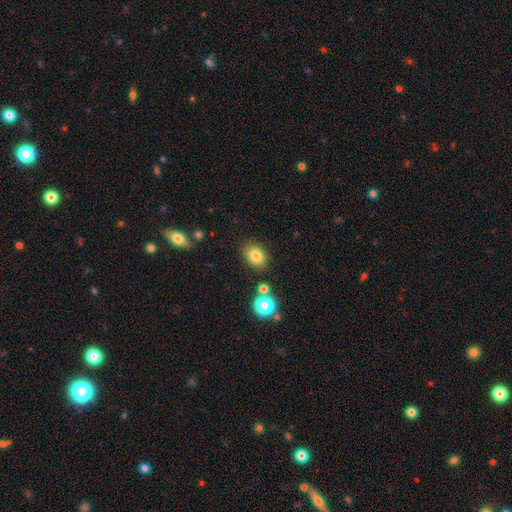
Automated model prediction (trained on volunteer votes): Smooth or featured?
  - smooth: 80% *
  - star or artifact: 12%
  - featured or disk: 8%
How rounded?
  - in between: 66% *
  - round: 33%
  - cigar-shaped: 1%
Merging?
  - none: 82% *
  - minor disturbance: 11%
  - merger: 4%
  - major disturbance: 3%